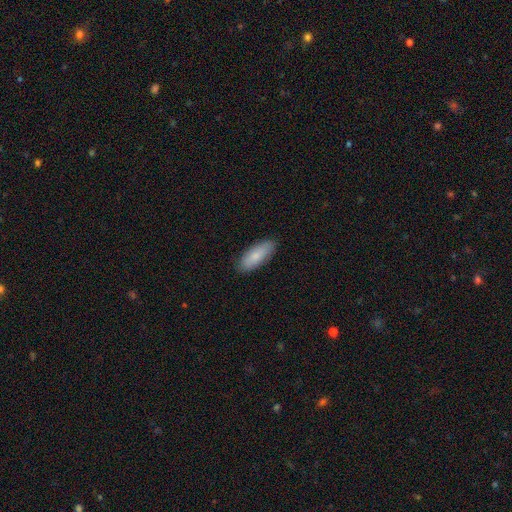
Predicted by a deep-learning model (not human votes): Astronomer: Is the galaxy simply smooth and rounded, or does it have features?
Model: smooth — 81%.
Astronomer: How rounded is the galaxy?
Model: in between — 73%.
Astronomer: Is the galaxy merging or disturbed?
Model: none — 86%.